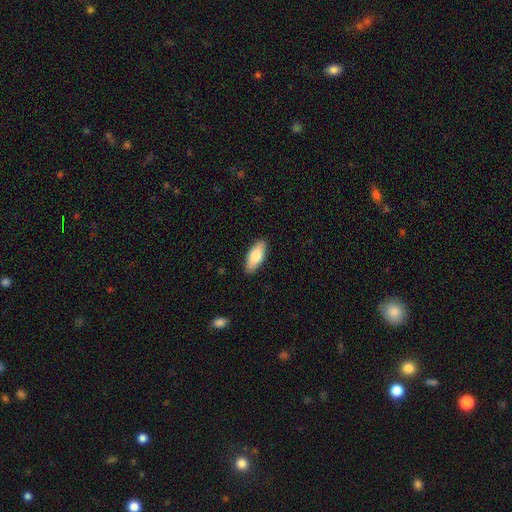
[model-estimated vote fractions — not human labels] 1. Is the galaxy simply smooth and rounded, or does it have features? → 78% smooth, 17% featured or disk, 6% star or artifact.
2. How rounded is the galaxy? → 83% in between, 15% cigar-shaped, 2% round.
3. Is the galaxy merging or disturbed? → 89% none, 9% minor disturbance, 2% major disturbance, 1% merger.